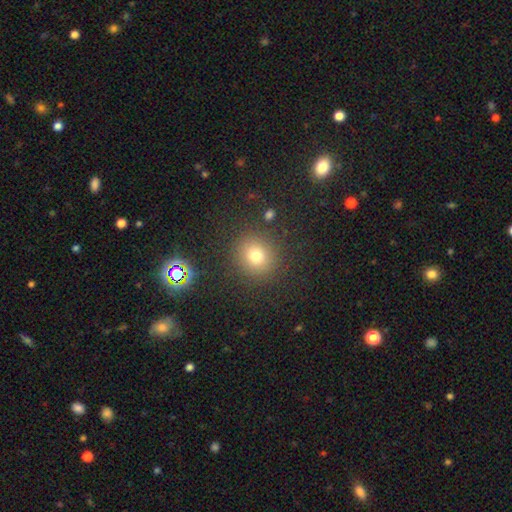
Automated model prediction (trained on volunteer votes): A smooth galaxy with no disk features (74%) that is round (88%). Merging: none (88%).